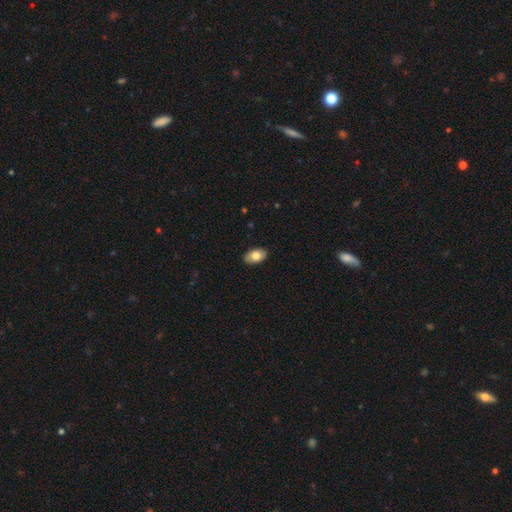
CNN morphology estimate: Overall: smooth (78%). How rounded: in between (93%). Merging: none (88%).